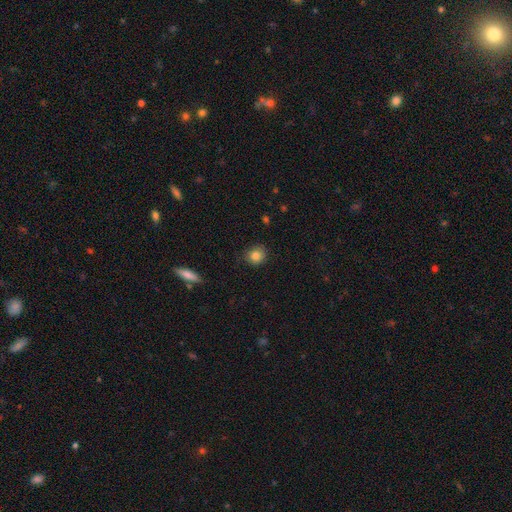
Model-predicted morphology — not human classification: A smooth galaxy with no disk features (83%) that is round (82%). Merging: none (82%).